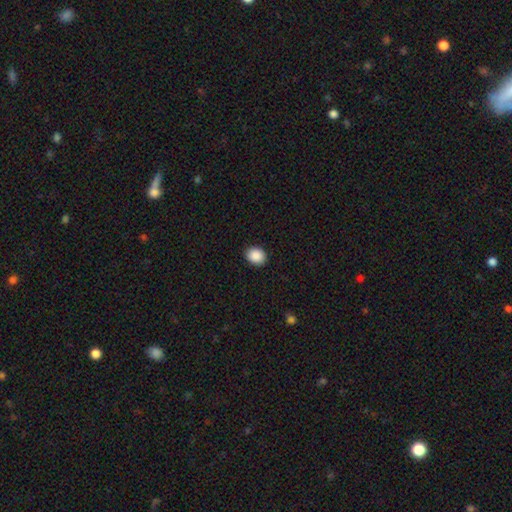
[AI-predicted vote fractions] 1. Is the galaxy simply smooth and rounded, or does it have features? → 89% smooth, 8% star or artifact, 2% featured or disk.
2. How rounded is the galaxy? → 61% round, 38% in between, 1% cigar-shaped.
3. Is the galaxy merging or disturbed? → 91% none, 6% minor disturbance, 2% major disturbance, 1% merger.